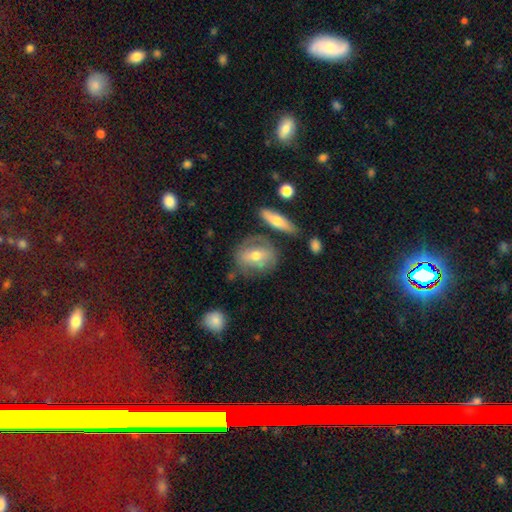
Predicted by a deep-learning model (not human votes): Smooth or featured: smooth — 47% (featured or disk — 46%)
Merging: none — 64% (minor disturbance — 19%)